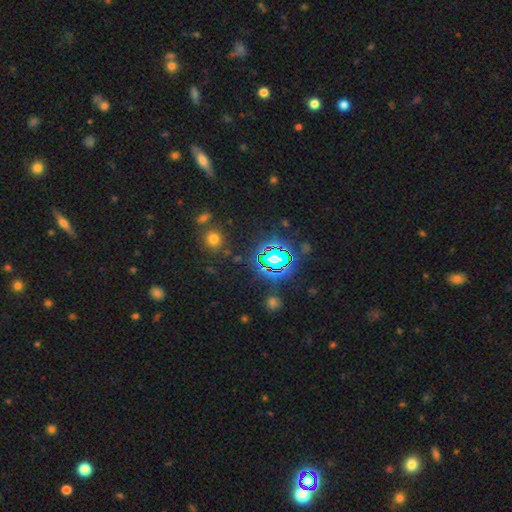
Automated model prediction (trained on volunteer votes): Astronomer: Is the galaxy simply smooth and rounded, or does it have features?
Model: star or artifact — 69%.